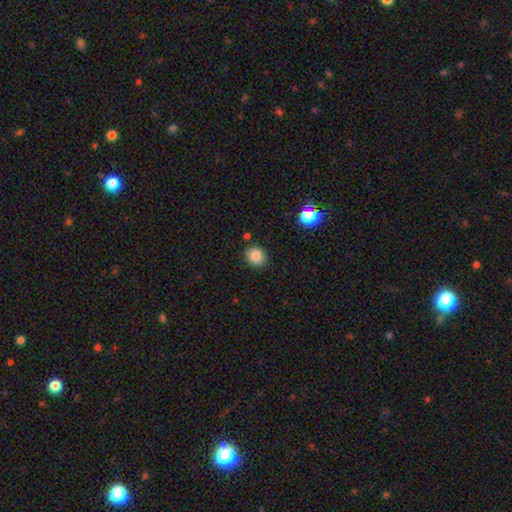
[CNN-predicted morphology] This appears to be a smooth galaxy with no disk features (84%) that is round (71%). Merging: none (84%).